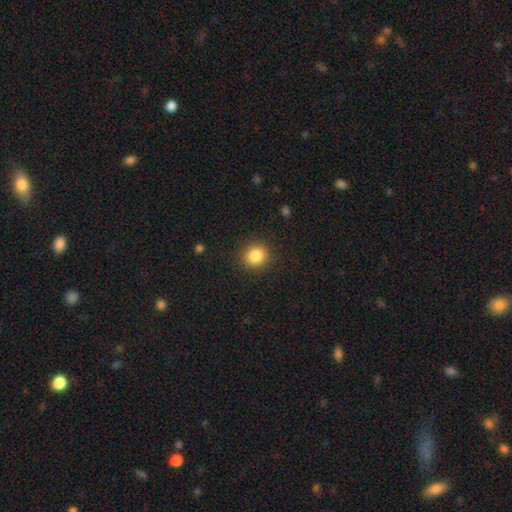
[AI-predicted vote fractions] The model was most divided on "how rounded": round: 85%, in between: 14%, cigar-shaped: 1%. More confident: merging — none (89%); smooth or featured — smooth (85%).